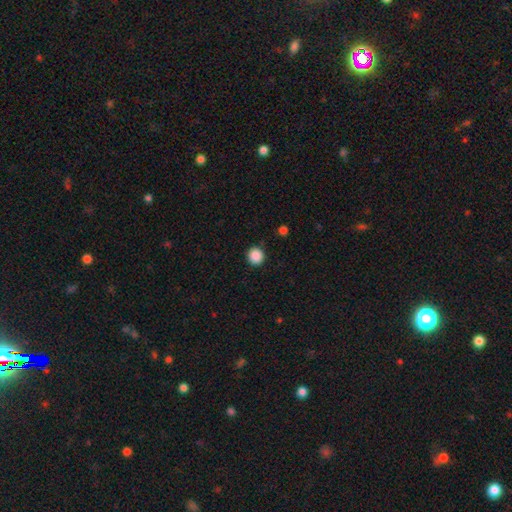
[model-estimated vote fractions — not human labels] Smooth or featured? Predicted: smooth (p=0.88). How rounded? Predicted: round (p=0.93). Merging? Predicted: none (p=0.91).